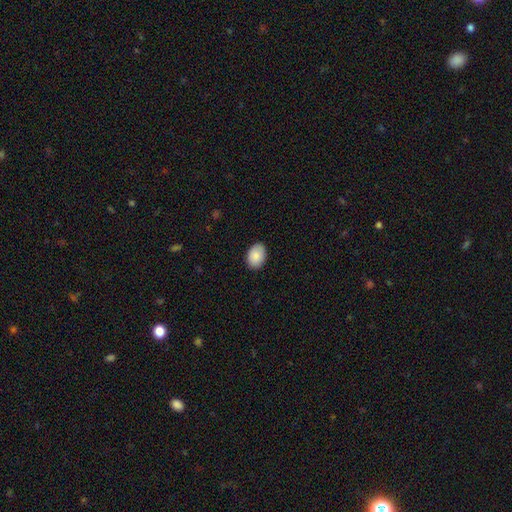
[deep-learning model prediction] The model was most divided on "how rounded": in between: 82%, round: 17%, cigar-shaped: 1%. More confident: smooth or featured — smooth (89%); merging — none (87%).